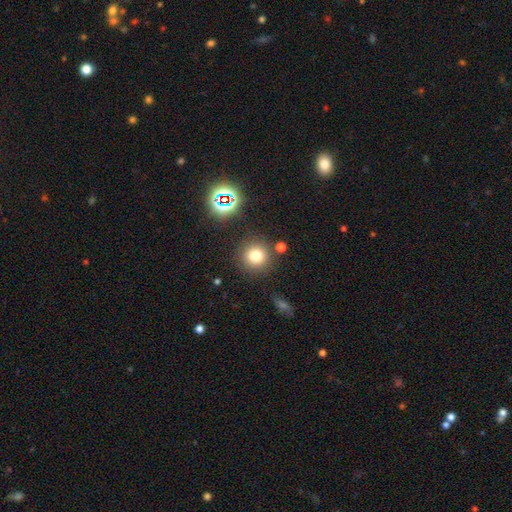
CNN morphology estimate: Overall: smooth (75%). How rounded: round (94%). Merging: none (84%).